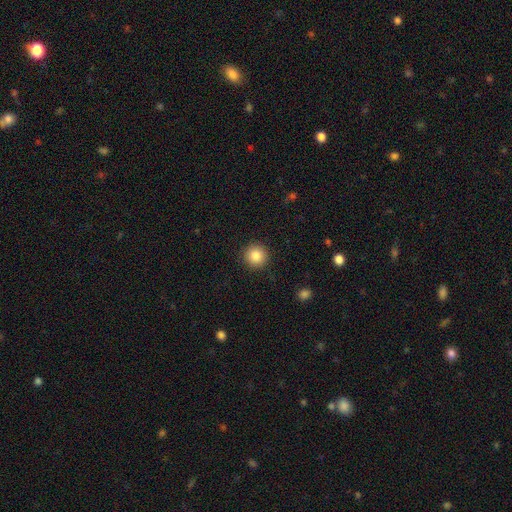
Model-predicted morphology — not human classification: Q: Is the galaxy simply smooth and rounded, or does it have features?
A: smooth — 85%.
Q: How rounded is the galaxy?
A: round — 95%.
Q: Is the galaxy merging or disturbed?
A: none — 91%.